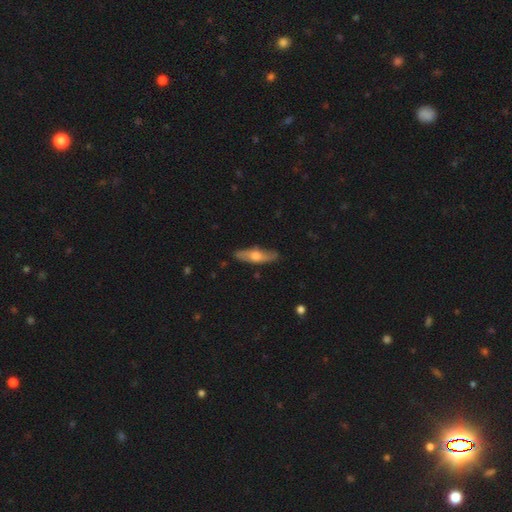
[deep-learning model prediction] Smooth or featured? featured or disk (48%)
Merging? none (84%)